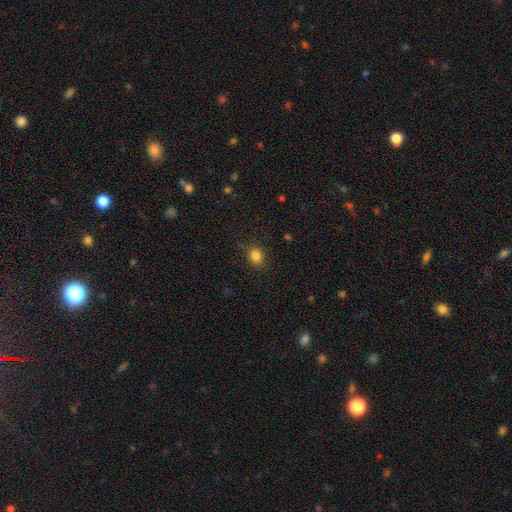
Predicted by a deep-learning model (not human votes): The model was most divided on "how rounded": round: 56%, in between: 43%, cigar-shaped: 1%. More confident: merging — none (84%); smooth or featured — smooth (84%).